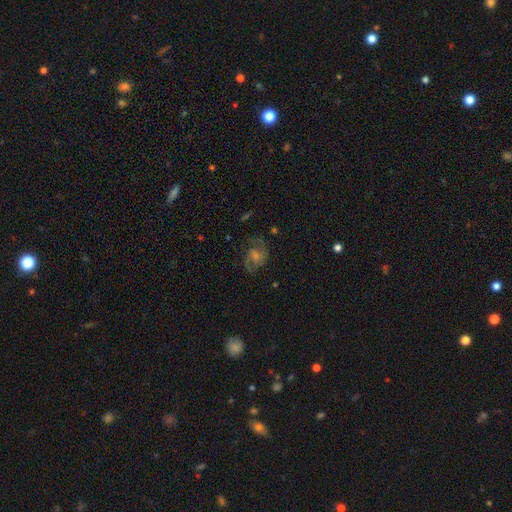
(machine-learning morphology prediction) smooth-or-featured: featured or disk: 75% | star or artifact: 13% | smooth: 12%
  disk-edge-on: no: 97% | yes: 3%
    bar: no: 53% | weak: 39% | strong: 8%
    has-spiral-arms: yes: 94% | no: 6%
      spiral-winding: medium: 55% | tight: 27% | loose: 18%
      spiral-arm-count: 2: 85% | can't tell: 7% | 3: 3% | 1: 2% | 4: 1% | more than 4: 1%
    bulge-size: small: 41% | moderate: 36% | none: 14% | large: 7% | dominant: 2%
  merging: none: 77% | minor disturbance: 14% | major disturbance: 8% | merger: 2%